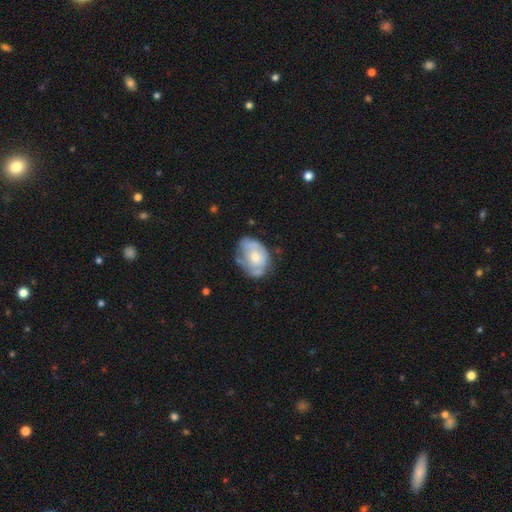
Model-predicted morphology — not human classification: A featured or disk galaxy (55%) with no bar (83%), no spiral arms (50%, tied with yes) and a moderate central bulge (56%).

Vote fractions:
- Smooth or featured? featured or disk: 55% / smooth: 38% / star or artifact: 6%
- Edge-on disk? no: 96% / yes: 4%
- Bar? no: 83% / weak: 15% / strong: 2%
- Spiral arms? no: 50% (tied) / yes: 50% (tied)
- Bulge size? moderate: 56% / small: 33% / large: 7% / none: 3% / dominant: 1%
- Merging? none: 52% / minor disturbance: 31% / major disturbance: 14% / merger: 3%